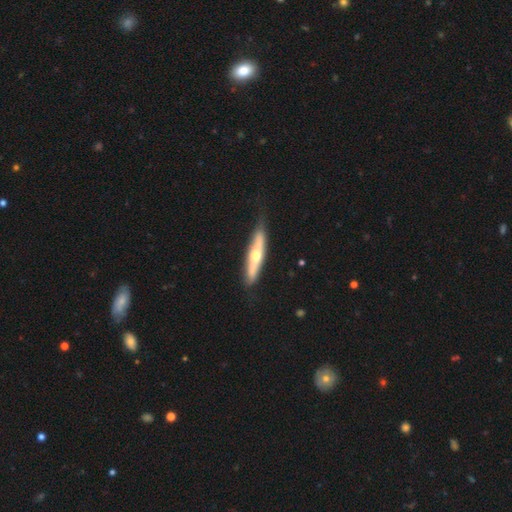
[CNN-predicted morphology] A featured or disk galaxy (54%) viewed edge-on (81%). Merging: none (77%).